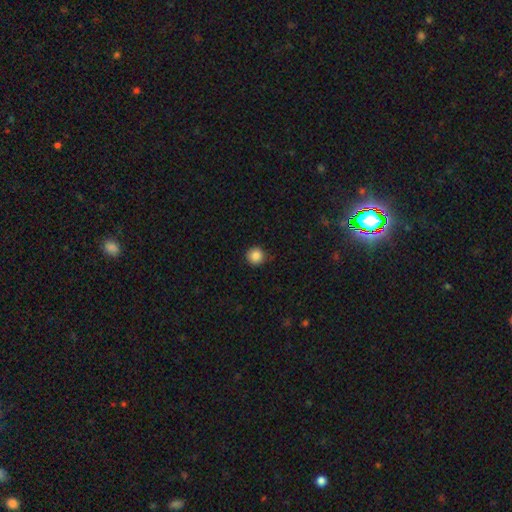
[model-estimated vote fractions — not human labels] A smooth galaxy with no disk features (86%) that is round (95%). Merging: none (88%).